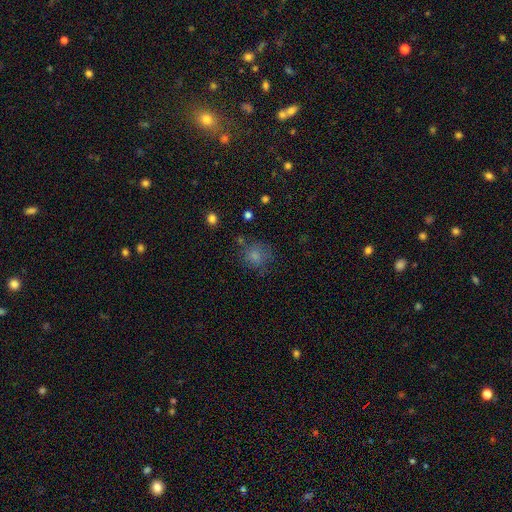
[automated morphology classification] This is likely a smooth galaxy (63%). How rounded: clearly round (86%). Merging: likely none (74%).